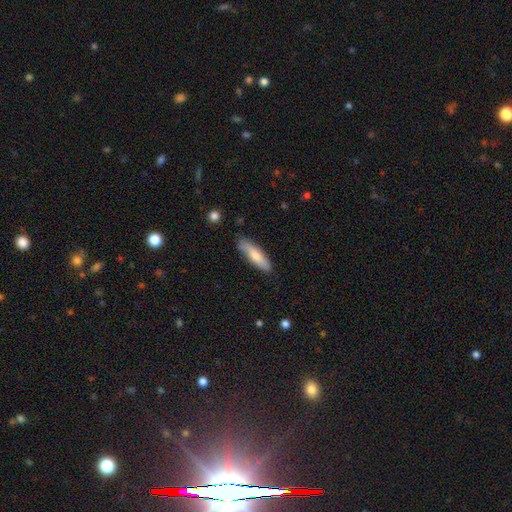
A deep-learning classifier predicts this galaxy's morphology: Q: Smooth or featured?
A: smooth (74%); runner-up: featured or disk (21%)
Q: How rounded?
A: cigar-shaped (67%); runner-up: in between (32%)
Q: Merging?
A: none (79%); runner-up: minor disturbance (16%)